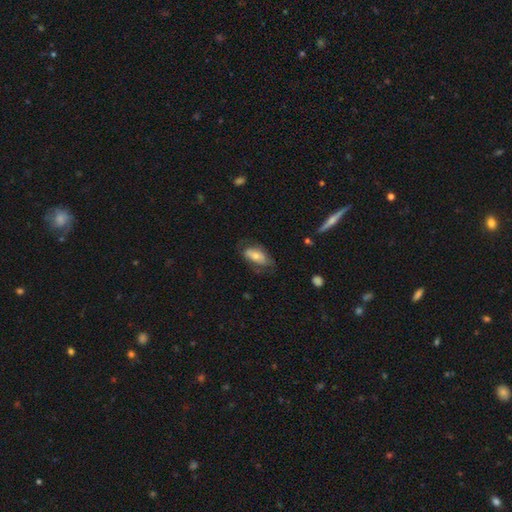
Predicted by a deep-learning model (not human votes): Morphology: type=smooth (63%); roundness=in between (86%); merging=none (59%).